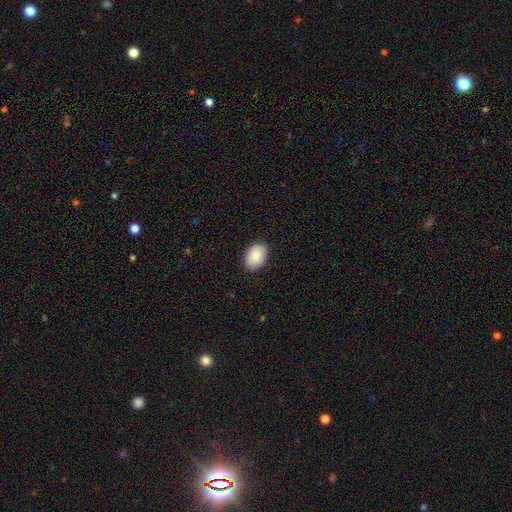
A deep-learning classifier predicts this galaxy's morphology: A smooth galaxy with no disk features (89%) that is in between round and cigar-shaped (83%). Merging: none (88%).